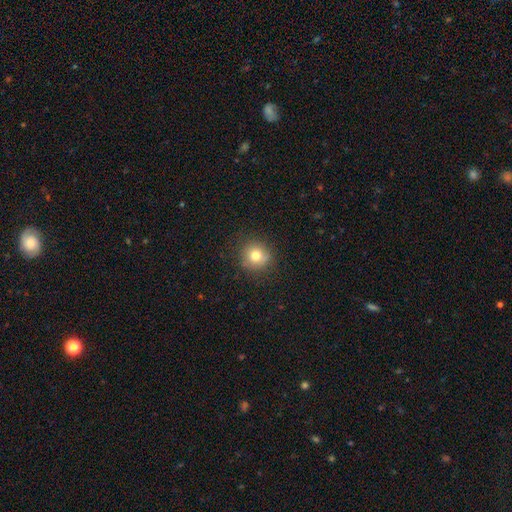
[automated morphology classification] A smooth galaxy with no disk features (77%) that is round (91%). Merging: none (86%).